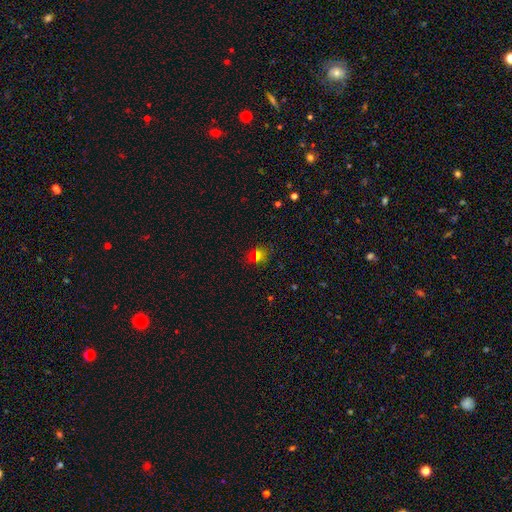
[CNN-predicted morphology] This is likely a smooth galaxy (65%). How rounded: likely round (63%). Merging: clearly none (83%).